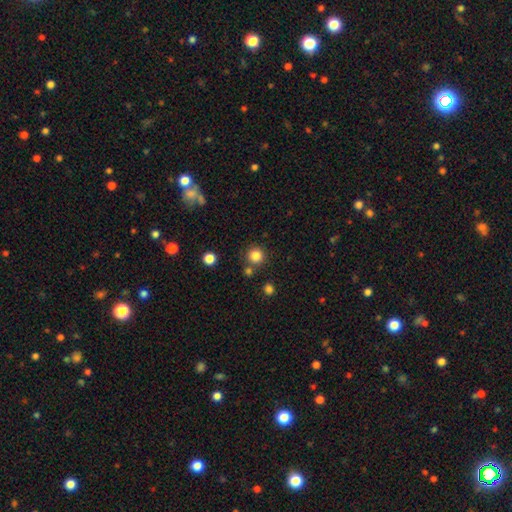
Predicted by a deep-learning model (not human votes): A smooth galaxy with no disk features (84%) that is round (94%).

Vote fractions:
- Smooth or featured? smooth: 84% / star or artifact: 12% / featured or disk: 4%
- How rounded? round: 94% / in between: 5% / cigar-shaped: 1%
- Merging? none: 79% / merger: 10% / minor disturbance: 8% / major disturbance: 3%